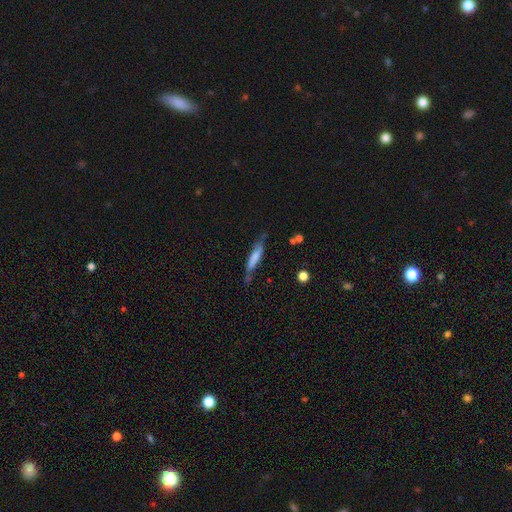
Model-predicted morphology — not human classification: A smooth galaxy with no disk features (58%) that is cigar-shaped (87%). Merging: none (62%).